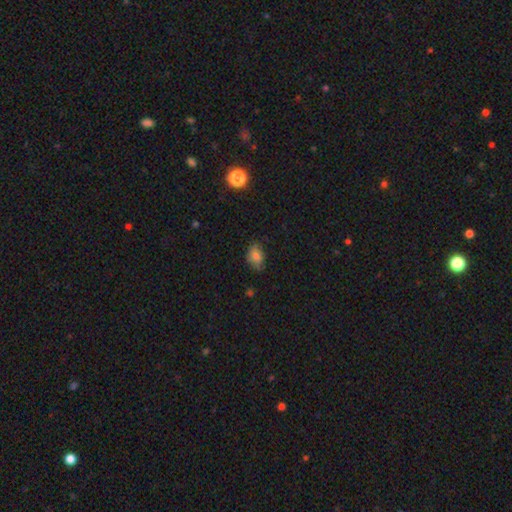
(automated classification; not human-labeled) This appears to be a smooth galaxy with no disk features (79%) that is in between round and cigar-shaped (80%). Merging: none (67%).